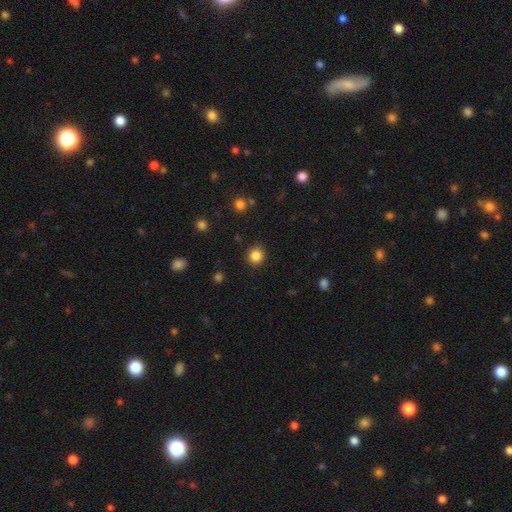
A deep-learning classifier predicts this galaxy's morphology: Smooth or featured: smooth — 85% (star or artifact — 11%)
How rounded: round — 90% (in between — 9%)
Merging: none — 91% (minor disturbance — 6%)